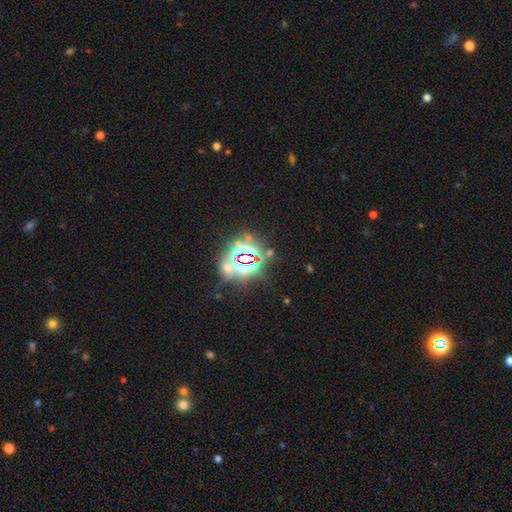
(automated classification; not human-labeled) Smooth or featured? Predicted: star or artifact (p=0.81).